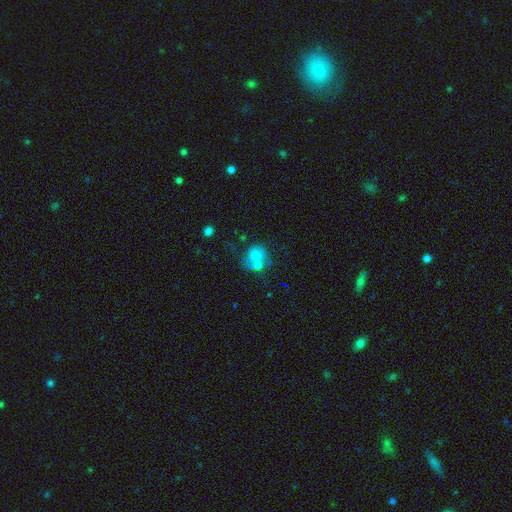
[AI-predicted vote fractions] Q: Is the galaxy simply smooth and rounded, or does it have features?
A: smooth — 56%.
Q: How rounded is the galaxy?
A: round — 65%.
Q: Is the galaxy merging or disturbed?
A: merger — 39%.